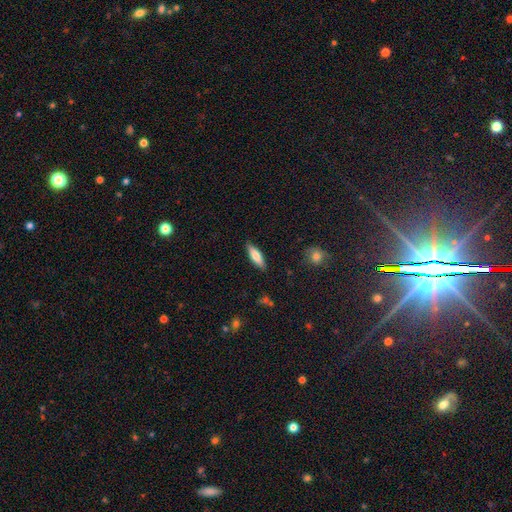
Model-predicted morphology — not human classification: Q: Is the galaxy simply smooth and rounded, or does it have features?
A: smooth — 72%.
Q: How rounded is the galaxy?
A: cigar-shaped — 51%.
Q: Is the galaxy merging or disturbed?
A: none — 87%.